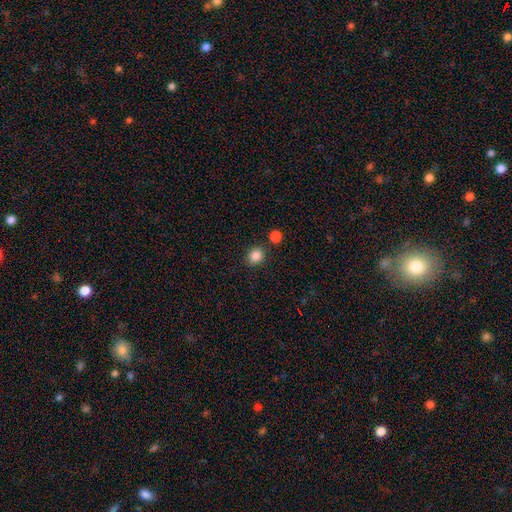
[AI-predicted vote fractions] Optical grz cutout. It shows a smooth galaxy with no disk features (85%) that is round (73%). Merging: none (82%).